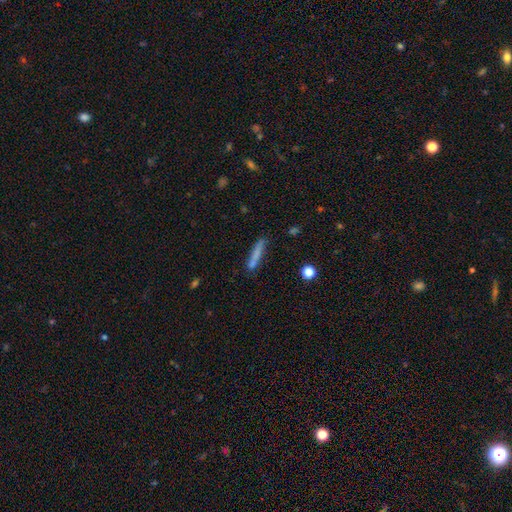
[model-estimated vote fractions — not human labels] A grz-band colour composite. It shows a smooth galaxy with no disk features (73%) that is cigar-shaped (92%). Merging: none (75%).